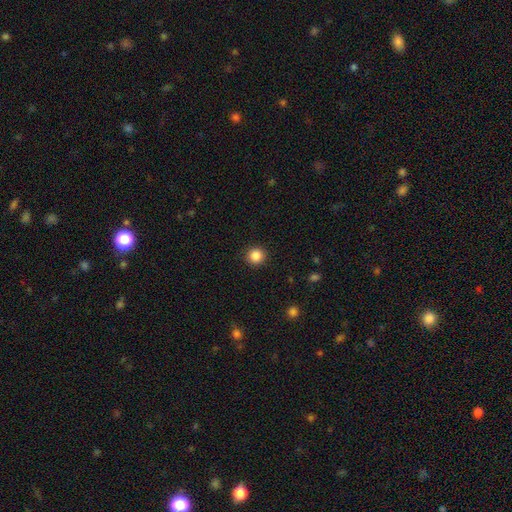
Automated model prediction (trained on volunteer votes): Smooth or featured?
  - smooth: 86% *
  - star or artifact: 10%
  - featured or disk: 3%
How rounded?
  - round: 94% *
  - in between: 5%
  - cigar-shaped: 1%
Merging?
  - none: 92% *
  - minor disturbance: 5%
  - major disturbance: 2%
  - merger: 1%